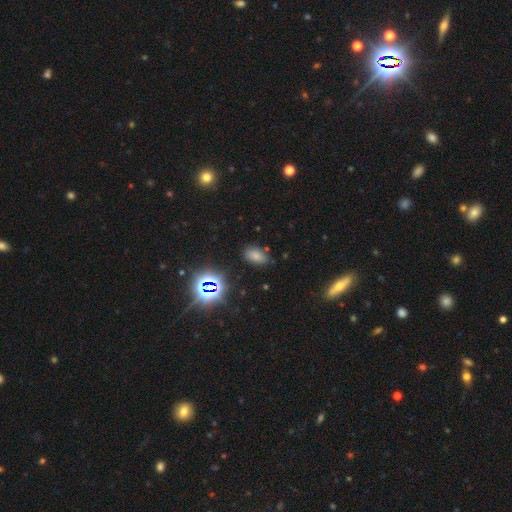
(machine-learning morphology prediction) smooth 68%, star or artifact 24%, featured or disk 8%. Down the decision tree: how rounded — in between (89%); merging — none (80%).